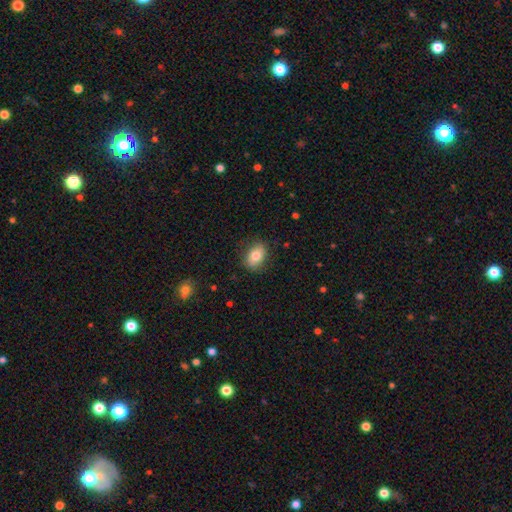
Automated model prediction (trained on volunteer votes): smooth_or_featured: smooth (p=0.80) [alt: featured or disk p=0.12]
how_rounded: in between (p=0.75) [alt: round p=0.23]
merging: none (p=0.83) [alt: minor disturbance p=0.12]